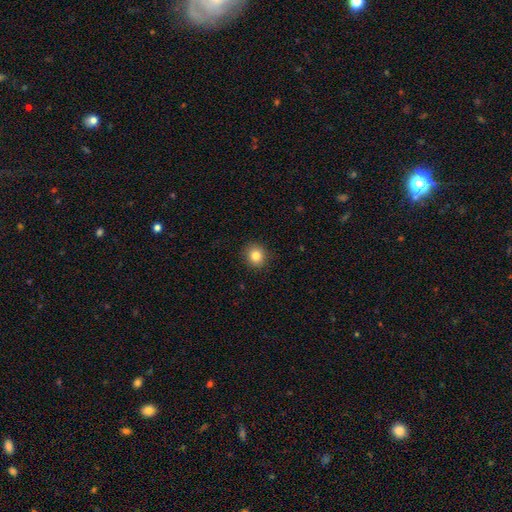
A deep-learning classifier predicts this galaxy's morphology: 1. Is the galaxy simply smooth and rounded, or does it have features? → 83% smooth, 10% star or artifact, 6% featured or disk.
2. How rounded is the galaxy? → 86% round, 13% in between, 1% cigar-shaped.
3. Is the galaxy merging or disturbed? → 91% none, 6% minor disturbance, 2% major disturbance, 1% merger.